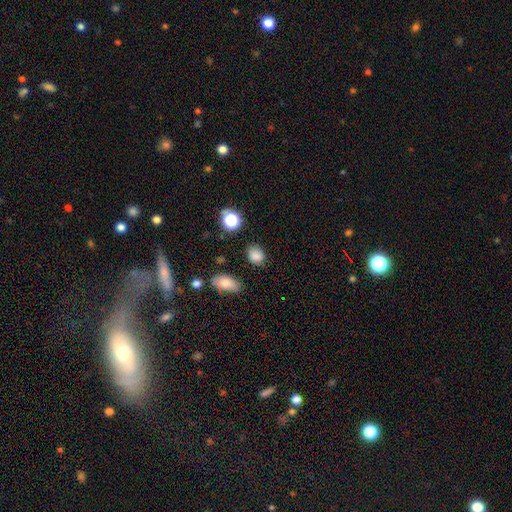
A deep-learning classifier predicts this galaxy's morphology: A smooth galaxy with no disk features (82%) that is round (50%).

Vote fractions:
- Smooth or featured? smooth: 82% / star or artifact: 13% / featured or disk: 5%
- How rounded? round: 50% / in between: 49% / cigar-shaped: 1%
- Merging? none: 79% / minor disturbance: 15% / major disturbance: 4% / merger: 3%